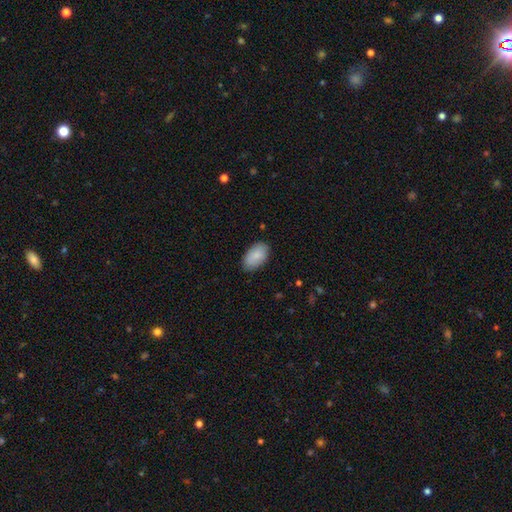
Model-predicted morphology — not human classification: Overall: smooth (85%). How rounded: in between (94%). Merging: none (83%).